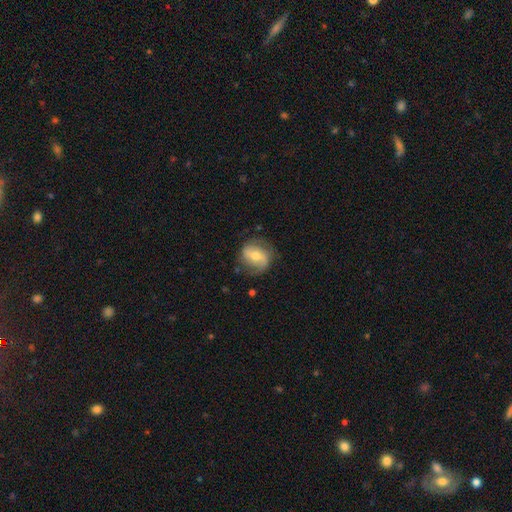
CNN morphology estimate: featured or disk 59%, smooth 34%, star or artifact 7%. Down the decision tree: edge-on disk — no (96%); bar — weak (42%); spiral arms — yes (81%); bulge size — moderate (61%); merging — none (71%).